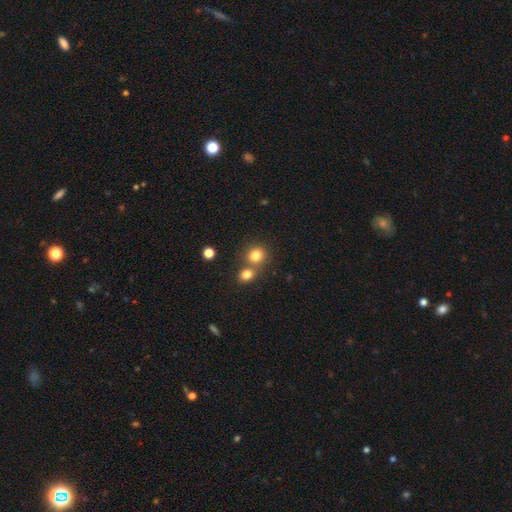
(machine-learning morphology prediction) type=smooth (81%); roundness=round (84%); merging=none (55%).